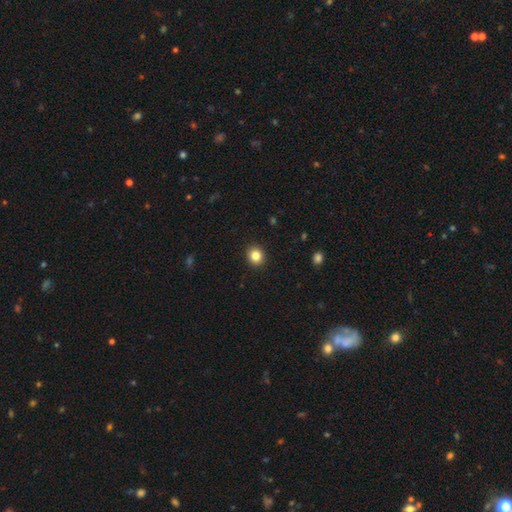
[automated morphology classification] smooth_or_featured: smooth (p=0.84) [alt: star or artifact p=0.11]
how_rounded: round (p=0.83) [alt: in between p=0.16]
merging: none (p=0.92) [alt: minor disturbance p=0.05]